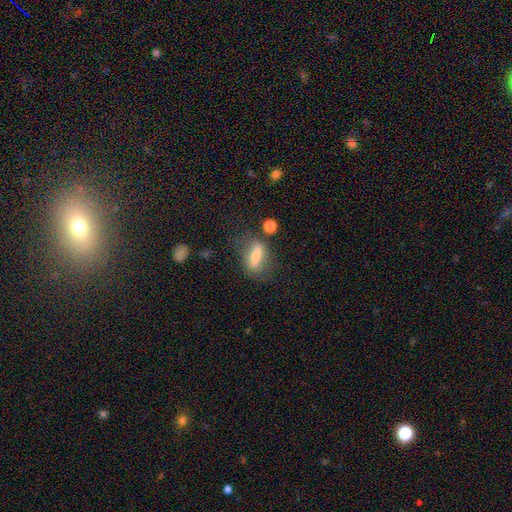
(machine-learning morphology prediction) smooth 63%, featured or disk 27%, star or artifact 10%. Down the decision tree: how rounded — in between (49%); merging — none (68%).